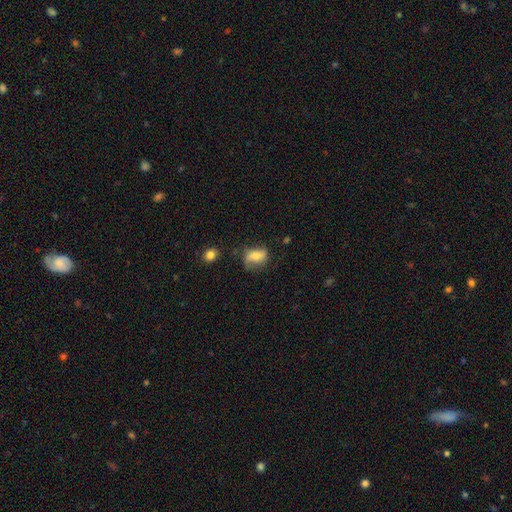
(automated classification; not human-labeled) Smooth or featured?
  - smooth: 58% *
  - featured or disk: 33%
  - star or artifact: 9%
How rounded?
  - in between: 75% *
  - round: 22%
  - cigar-shaped: 4%
Merging?
  - none: 54% *
  - minor disturbance: 29%
  - major disturbance: 13%
  - merger: 3%